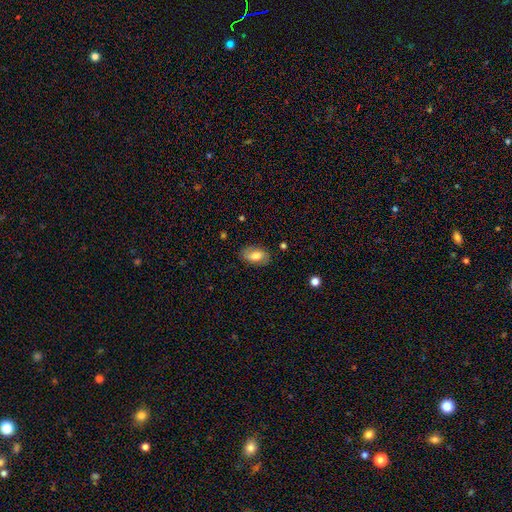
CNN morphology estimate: Smooth or featured: smooth — 66% (featured or disk — 26%)
How rounded: in between — 91% (round — 6%)
Merging: none — 80% (minor disturbance — 15%)